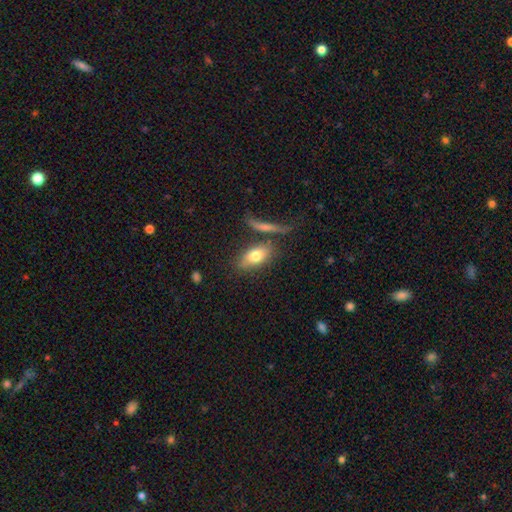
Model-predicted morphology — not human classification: Smooth or featured: smooth — 73% (featured or disk — 20%)
How rounded: in between — 80% (cigar-shaped — 13%)
Merging: none — 66% (minor disturbance — 14%)